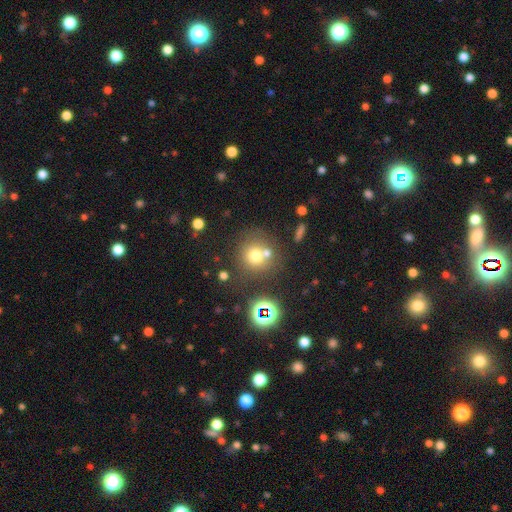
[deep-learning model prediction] smooth_or_featured: smooth (p=0.68) [alt: star or artifact p=0.18]
how_rounded: round (p=0.88) [alt: in between p=0.11]
merging: none (p=0.59) [alt: merger p=0.25]